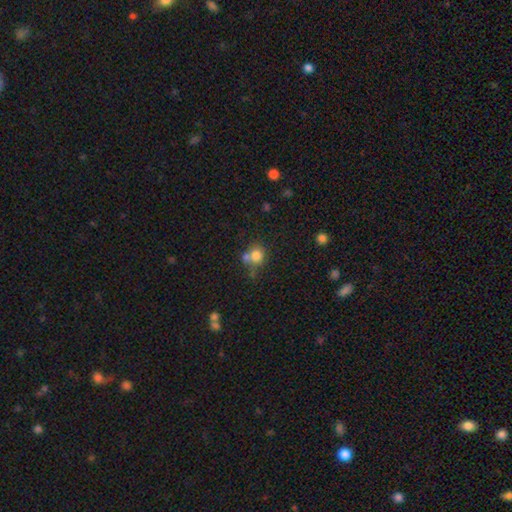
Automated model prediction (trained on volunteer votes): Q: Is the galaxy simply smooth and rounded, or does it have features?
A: smooth — 77%.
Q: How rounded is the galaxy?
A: round — 79%.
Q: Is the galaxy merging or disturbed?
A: none — 45%.